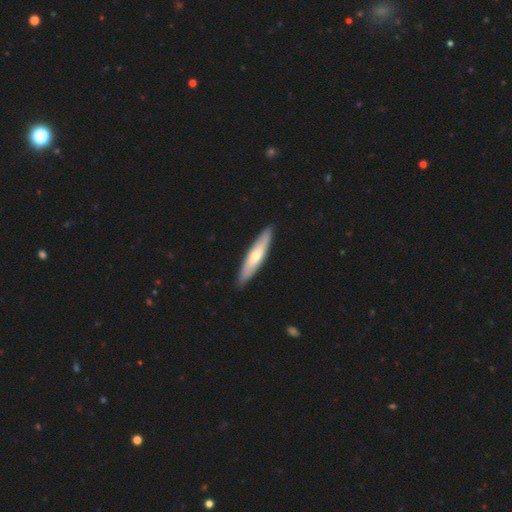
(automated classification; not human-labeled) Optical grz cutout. It shows a smooth galaxy with no disk features (53%) that is cigar-shaped (83%). Merging: none (90%).